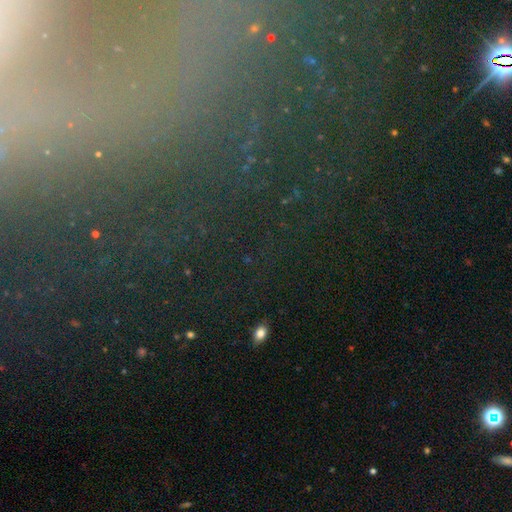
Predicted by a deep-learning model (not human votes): Q: Smooth or featured?
A: star or artifact (57%); runner-up: featured or disk (25%)